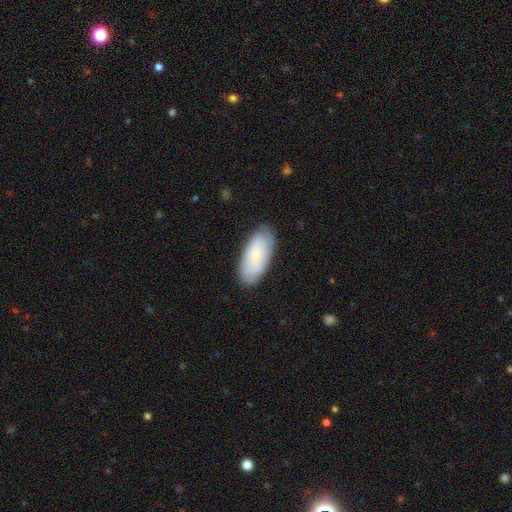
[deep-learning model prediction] smooth_or_featured: smooth (p=0.61) [alt: featured or disk p=0.32]
how_rounded: in between (p=0.91) [alt: cigar-shaped p=0.07]
merging: none (p=0.79) [alt: minor disturbance p=0.16]